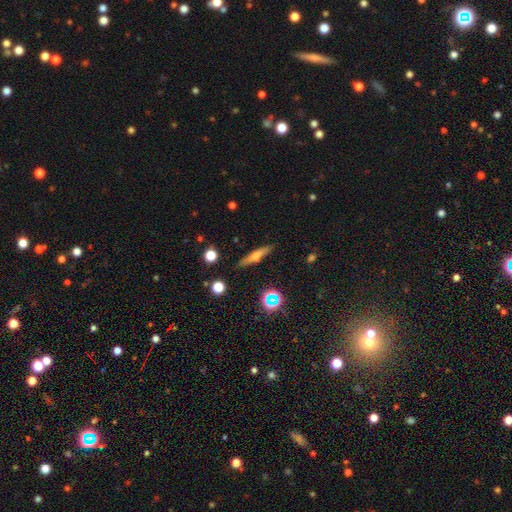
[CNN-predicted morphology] A smooth galaxy with no disk features (50%). Merging: none (87%).